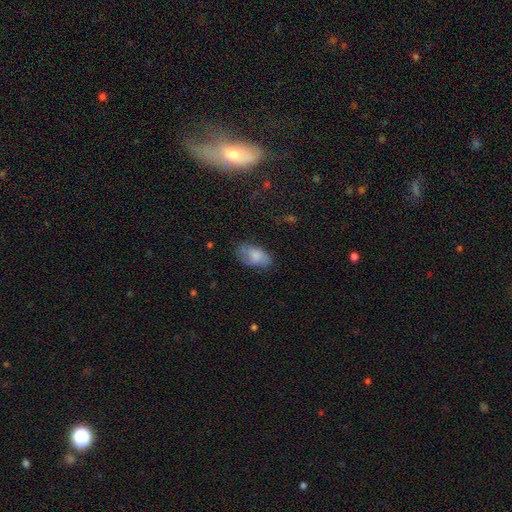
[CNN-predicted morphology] This appears to be a smooth galaxy with no disk features (77%) that is in between round and cigar-shaped (93%). Merging: none (66%).